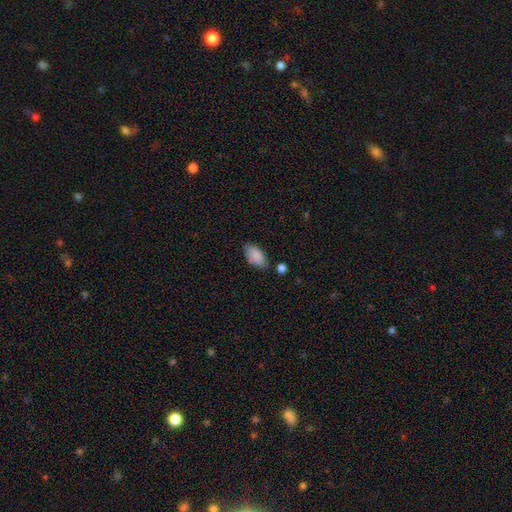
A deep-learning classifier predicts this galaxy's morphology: Smooth or featured? Predicted: smooth (p=0.88). How rounded? Predicted: in between (p=0.94). Merging? Predicted: none (p=0.75).